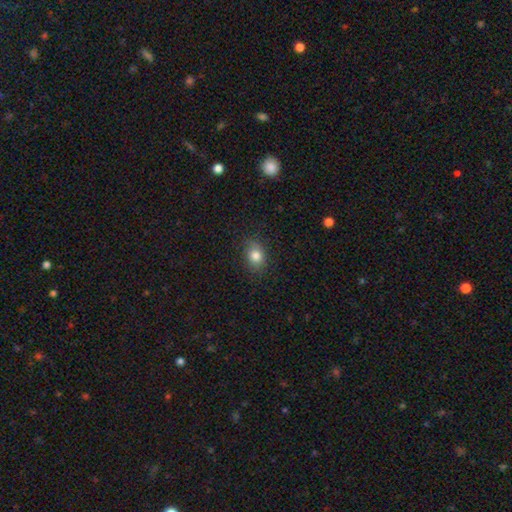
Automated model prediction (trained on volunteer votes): smooth 82%, star or artifact 11%, featured or disk 7%. Down the decision tree: how rounded — in between (55%); merging — none (81%).